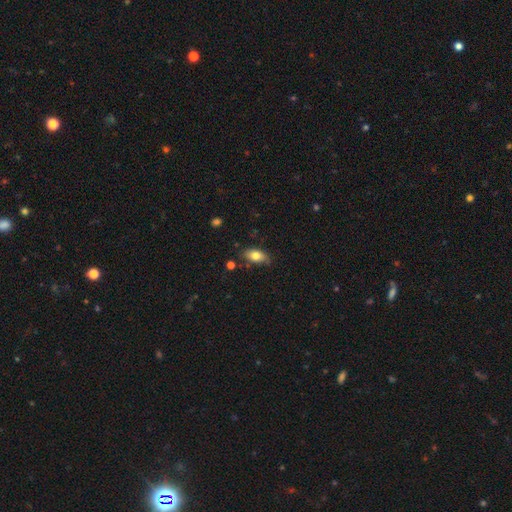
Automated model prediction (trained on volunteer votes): This appears to be a smooth galaxy with no disk features (77%) that is in between round and cigar-shaped (88%). Merging: none (75%).